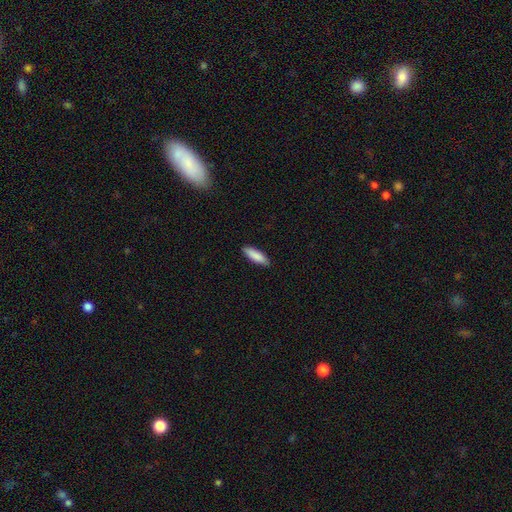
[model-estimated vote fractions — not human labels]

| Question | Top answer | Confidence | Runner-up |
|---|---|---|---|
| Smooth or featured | smooth | 88% | featured or disk (7%) |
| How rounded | cigar-shaped | 51% | in between (47%) |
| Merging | none | 88% | minor disturbance (9%) |